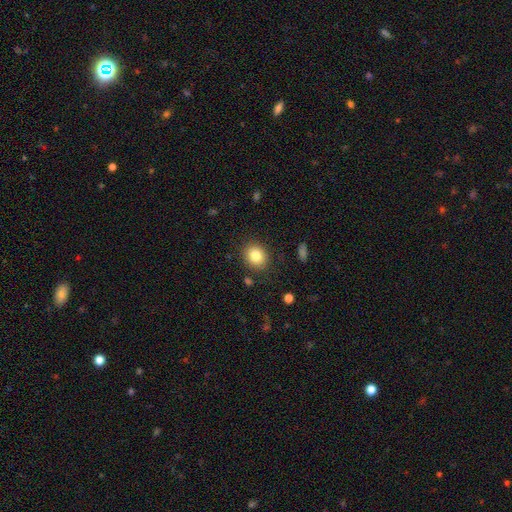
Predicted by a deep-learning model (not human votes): Smooth or featured?
  - smooth: 83% *
  - star or artifact: 10%
  - featured or disk: 7%
How rounded?
  - round: 73% *
  - in between: 26%
  - cigar-shaped: 1%
Merging?
  - none: 86% *
  - minor disturbance: 9%
  - major disturbance: 3%
  - merger: 2%